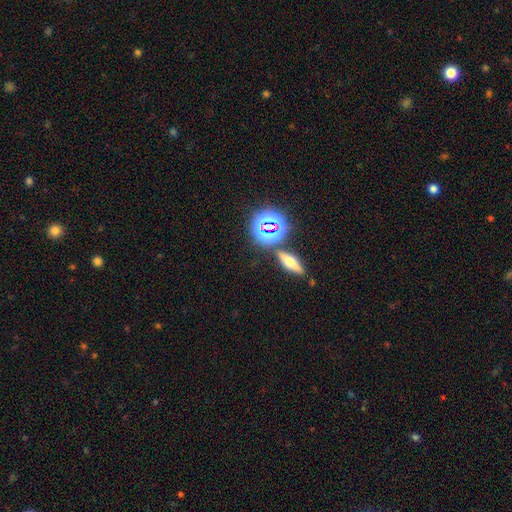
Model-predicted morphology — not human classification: A star or artifact, not a galaxy (50%).

Vote fractions:
- Smooth or featured? star or artifact: 50% / smooth: 30% / featured or disk: 20%